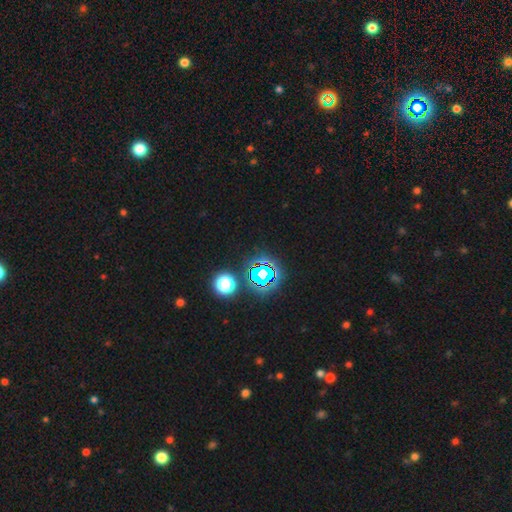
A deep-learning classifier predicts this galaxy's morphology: Overall: star or artifact (74%).